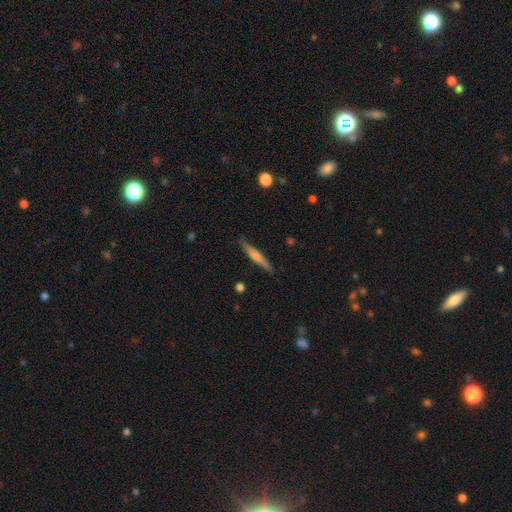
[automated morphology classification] Q: Smooth or featured?
A: smooth (50%); runner-up: featured or disk (45%)
Q: Merging?
A: none (85%); runner-up: minor disturbance (11%)